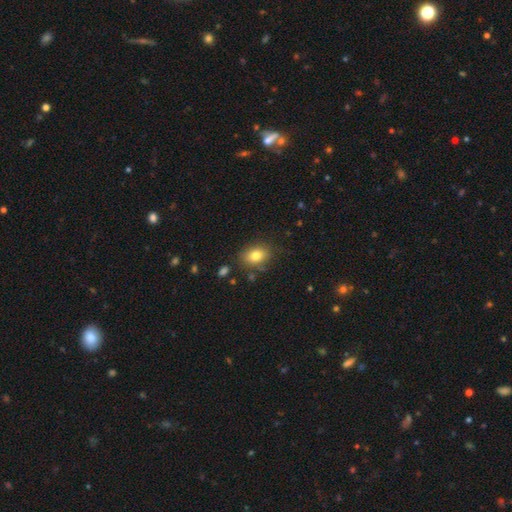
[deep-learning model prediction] A smooth galaxy with no disk features (80%) that is in between round and cigar-shaped (74%).

Vote fractions:
- Smooth or featured? smooth: 80% / featured or disk: 10% / star or artifact: 10%
- How rounded? in between: 74% / round: 25% / cigar-shaped: 1%
- Merging? none: 78% / minor disturbance: 15% / major disturbance: 4% / merger: 3%